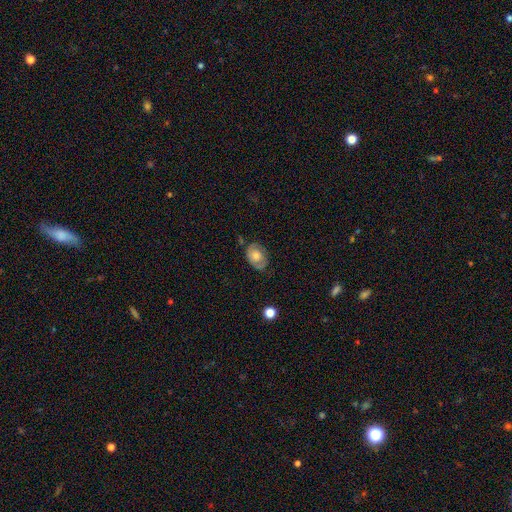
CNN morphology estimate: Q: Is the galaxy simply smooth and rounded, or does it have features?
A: smooth — 53%.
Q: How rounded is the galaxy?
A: in between — 76%.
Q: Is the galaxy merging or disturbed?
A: none — 65%.